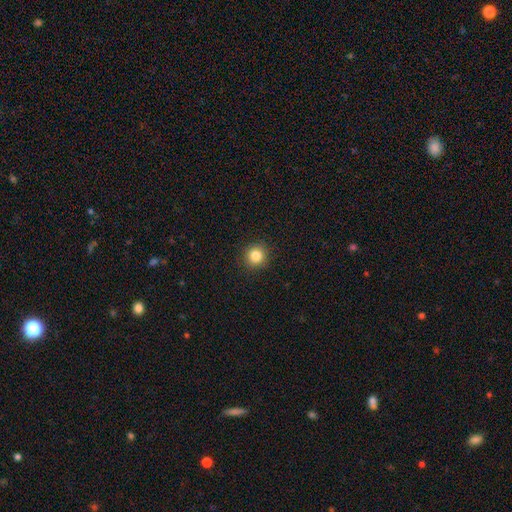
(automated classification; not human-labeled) A smooth galaxy with no disk features (84%) that is round (94%).

Vote fractions:
- Smooth or featured? smooth: 84% / star or artifact: 11% / featured or disk: 5%
- How rounded? round: 94% / in between: 5% / cigar-shaped: 1%
- Merging? none: 92% / minor disturbance: 5% / major disturbance: 2% / merger: 1%